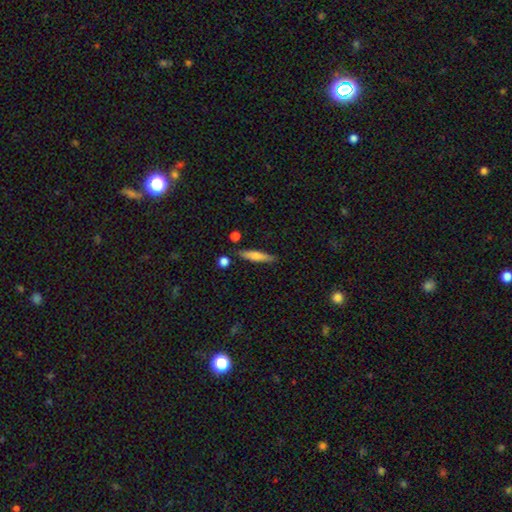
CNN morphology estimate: smooth 65%, featured or disk 29%, star or artifact 6%. Down the decision tree: how rounded — cigar-shaped (84%); merging — none (84%).